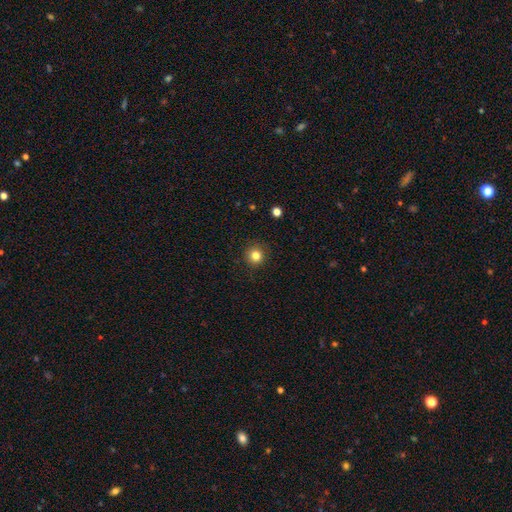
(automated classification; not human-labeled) Smooth or featured? smooth (82%)
How rounded? round (92%)
Merging? none (90%)